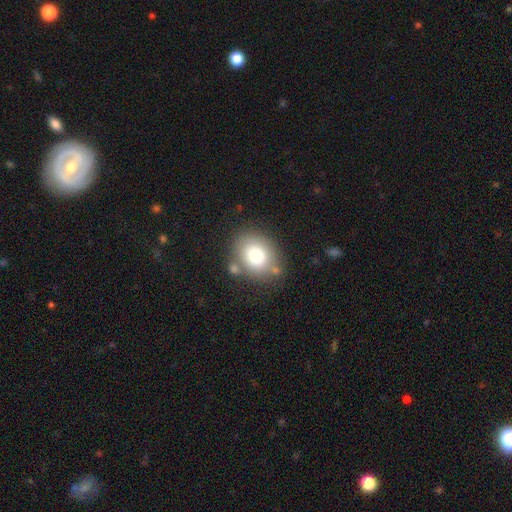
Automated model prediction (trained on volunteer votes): Smooth or featured? Predicted: smooth (p=0.76). How rounded? Predicted: round (p=0.60). Merging? Predicted: none (p=0.70).